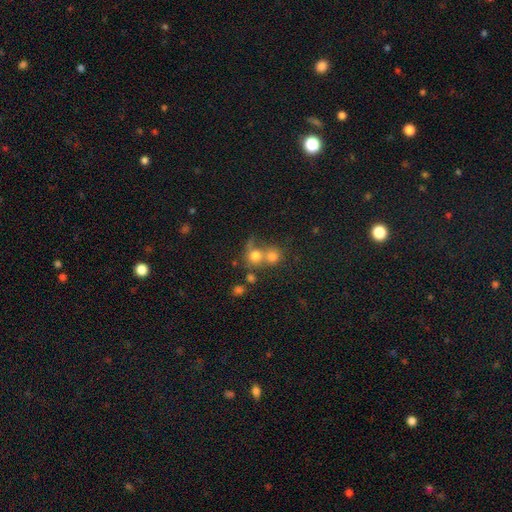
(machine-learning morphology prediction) This is likely a smooth galaxy (73%). How rounded: clearly round (82%). Merging: possibly merger (56%).